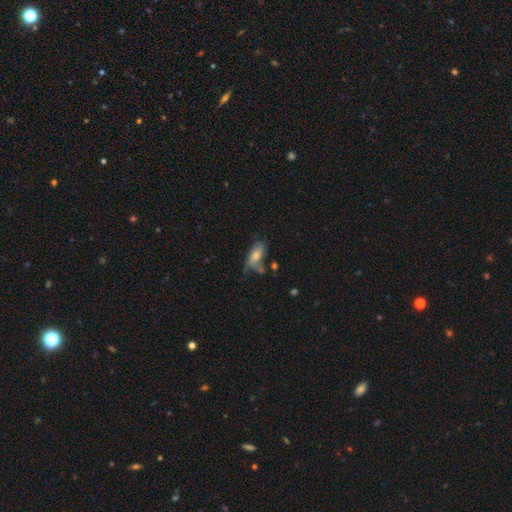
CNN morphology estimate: The model was most divided on "merging": none: 38%, minor disturbance: 28%, major disturbance: 20%, merger: 14%. More confident: how rounded — in between (85%); smooth or featured — smooth (63%).